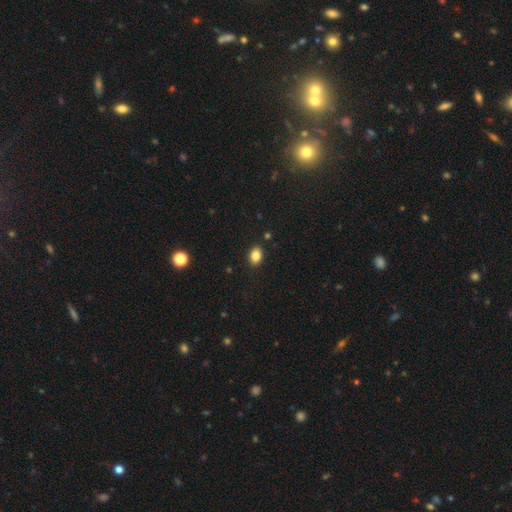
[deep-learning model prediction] Q: Smooth or featured?
A: smooth (85%); runner-up: star or artifact (10%)
Q: How rounded?
A: in between (74%); runner-up: round (24%)
Q: Merging?
A: none (89%); runner-up: minor disturbance (8%)